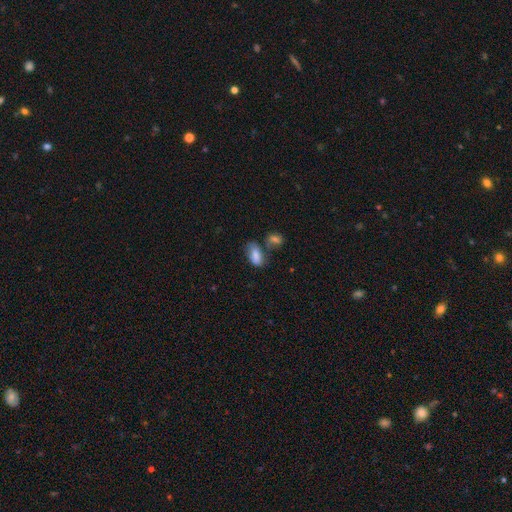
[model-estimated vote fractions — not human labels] Smooth or featured? Predicted: smooth (p=0.80). How rounded? Predicted: in between (p=0.89). Merging? Predicted: none (p=0.41).